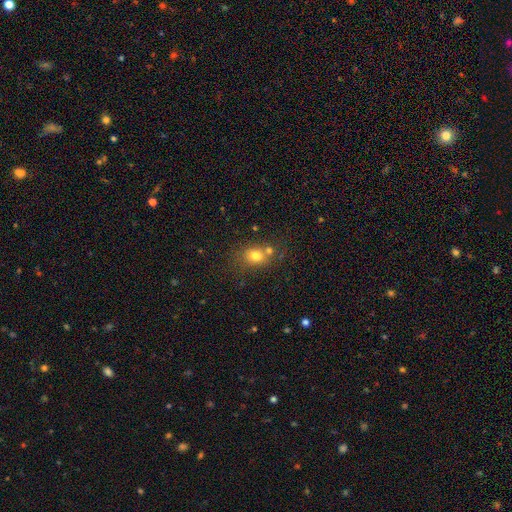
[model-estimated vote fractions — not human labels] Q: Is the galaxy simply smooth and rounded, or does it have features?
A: smooth — 75%.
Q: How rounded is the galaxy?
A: round — 57%.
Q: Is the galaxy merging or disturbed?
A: none — 57%.